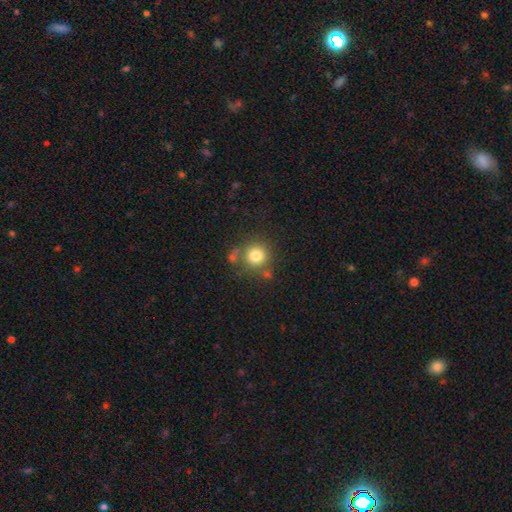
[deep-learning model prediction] A smooth galaxy with no disk features (80%) that is round (92%). Merging: none (70%).